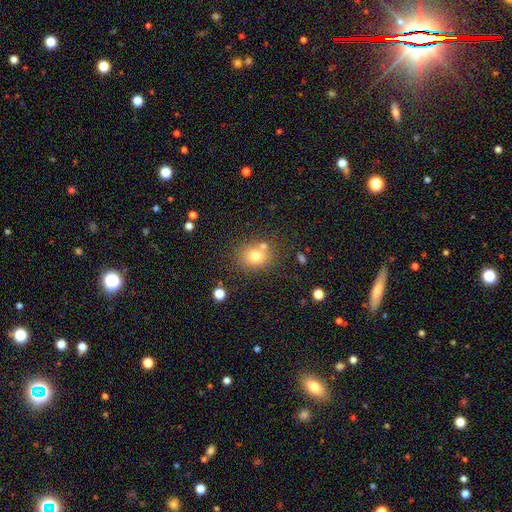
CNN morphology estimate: Smooth or featured?
  - smooth: 75% *
  - star or artifact: 13%
  - featured or disk: 12%
How rounded?
  - round: 69% *
  - in between: 30%
  - cigar-shaped: 1%
Merging?
  - none: 68% *
  - merger: 16%
  - minor disturbance: 12%
  - major disturbance: 4%